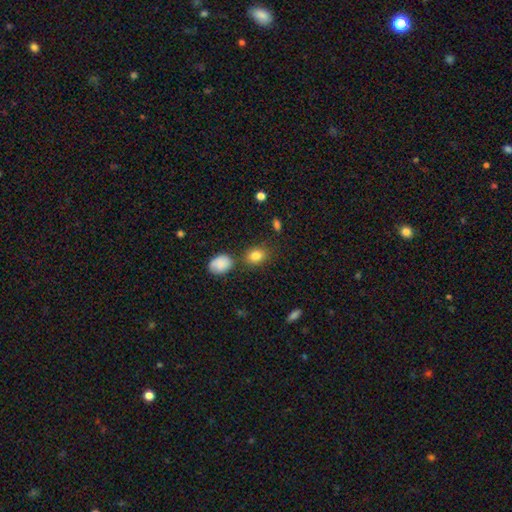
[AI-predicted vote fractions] Morphology: type=smooth (83%); roundness=in between (57%); merging=none (76%).